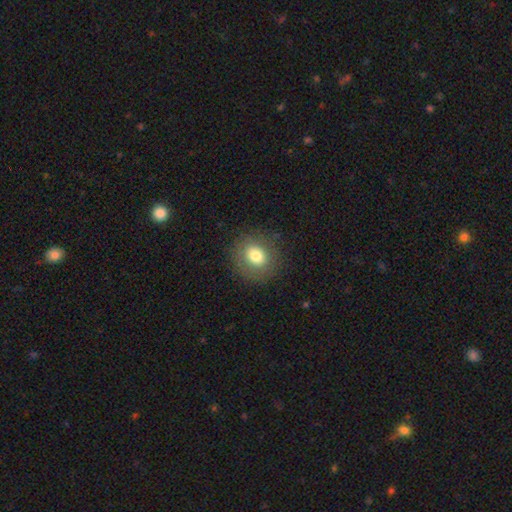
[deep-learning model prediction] Overall: smooth (75%). How rounded: round (73%). Merging: none (85%).